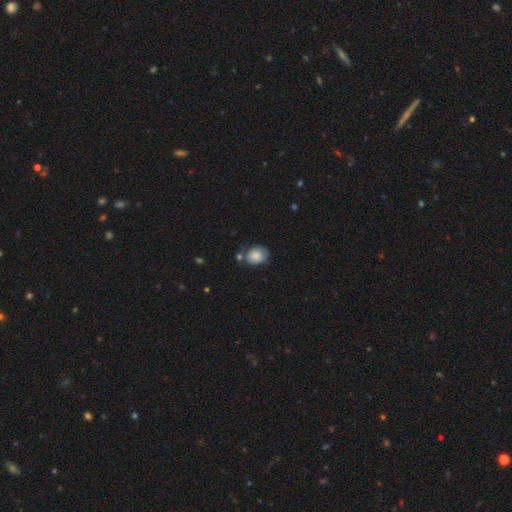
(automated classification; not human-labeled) Smooth or featured?
  - smooth: 78% *
  - featured or disk: 14%
  - star or artifact: 8%
How rounded?
  - in between: 50% *
  - round: 49%
  - cigar-shaped: 1%
Merging?
  - none: 58% *
  - minor disturbance: 23%
  - merger: 12%
  - major disturbance: 7%